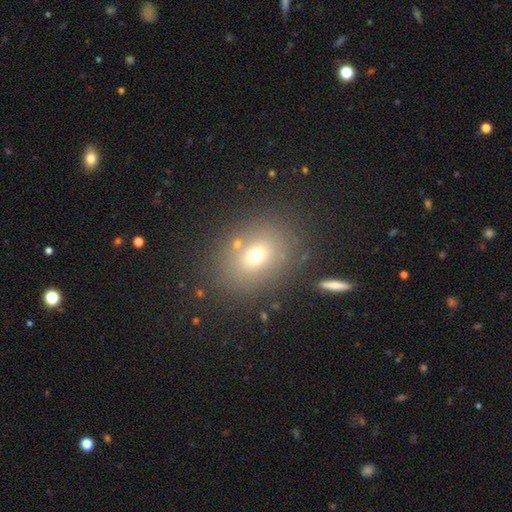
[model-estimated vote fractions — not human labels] Overall: smooth (67%). How rounded: in between (56%; round 42%). Merging: none (78%).